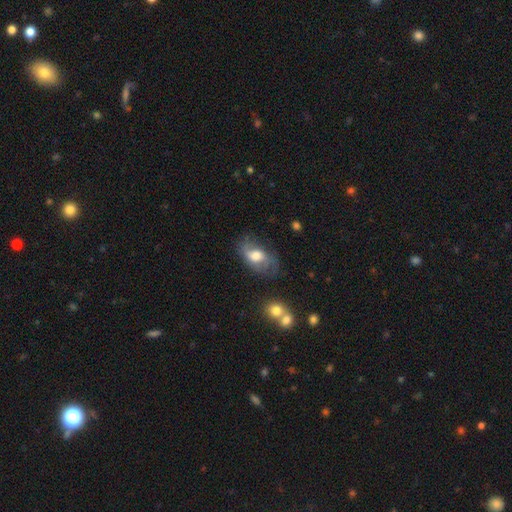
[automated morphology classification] Smooth or featured? Predicted: featured or disk (p=0.52). Edge-on disk? Predicted: no (p=0.94). Merging? Predicted: none (p=0.54).